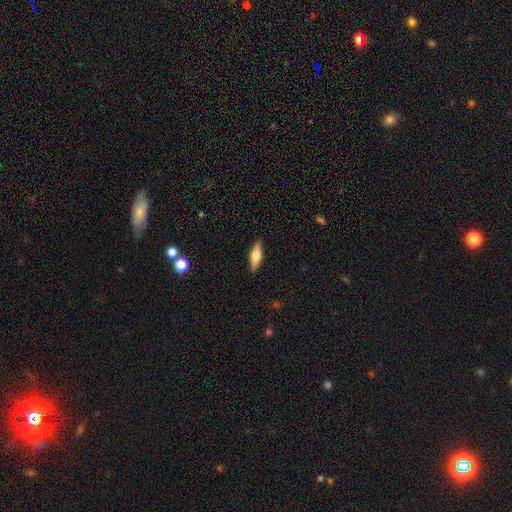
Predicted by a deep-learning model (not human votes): This is possibly a featured or disk galaxy (53%). It is clearly viewed edge-on (95%). Edge-on bulge: clearly rounded (91%). Merging: clearly none (90%).